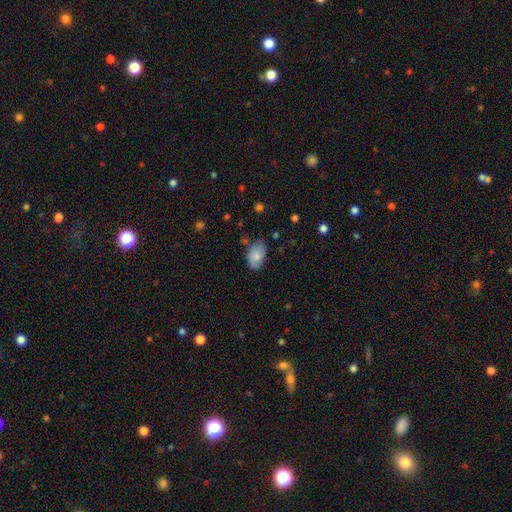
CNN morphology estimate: Q: Smooth or featured?
A: smooth (82%); runner-up: featured or disk (11%)
Q: How rounded?
A: in between (91%); runner-up: round (8%)
Q: Merging?
A: none (72%); runner-up: minor disturbance (22%)